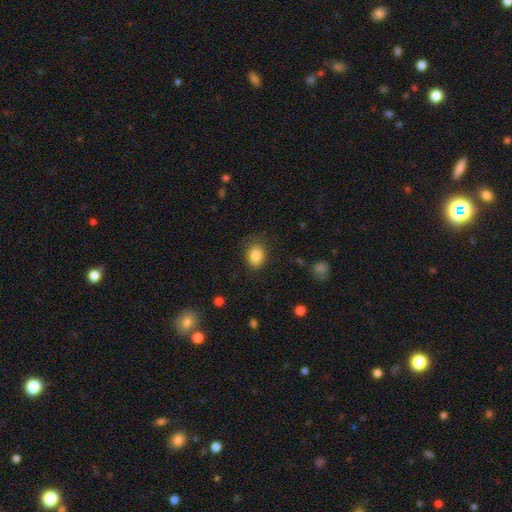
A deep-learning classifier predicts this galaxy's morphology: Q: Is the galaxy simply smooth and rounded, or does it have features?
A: smooth — 85%.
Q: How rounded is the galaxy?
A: in between — 66%.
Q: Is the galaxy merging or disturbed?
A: none — 79%.